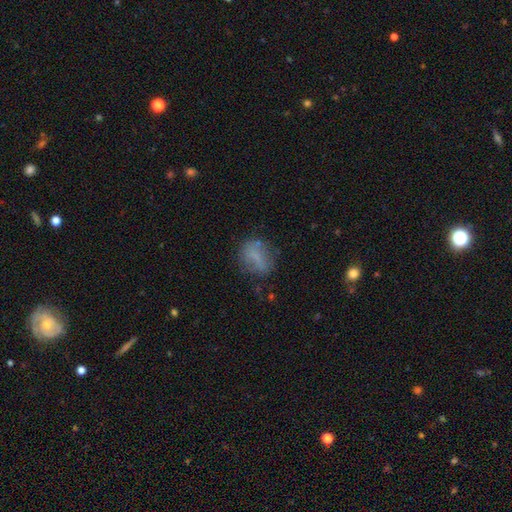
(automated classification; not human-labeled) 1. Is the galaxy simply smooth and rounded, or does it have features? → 64% smooth, 24% featured or disk, 12% star or artifact.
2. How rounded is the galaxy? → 57% in between, 38% round, 5% cigar-shaped.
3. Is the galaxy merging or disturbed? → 66% none, 20% minor disturbance, 10% major disturbance, 4% merger.